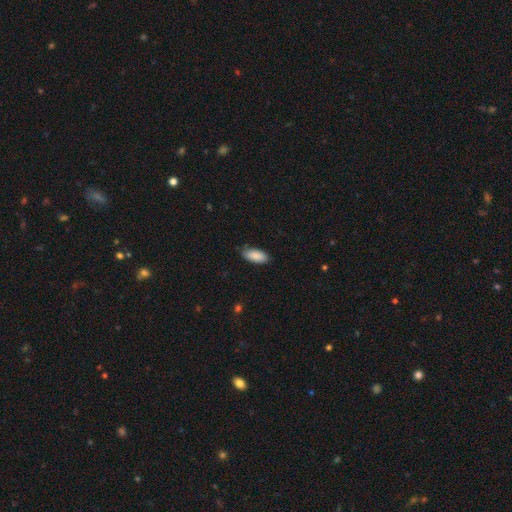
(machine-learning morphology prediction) Smooth or featured: smooth — 88% (star or artifact — 6%)
How rounded: in between — 89% (cigar-shaped — 10%)
Merging: none — 81% (minor disturbance — 16%)